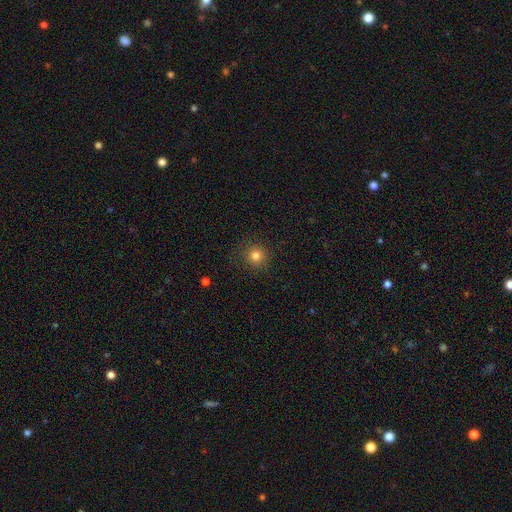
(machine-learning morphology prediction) Smooth or featured? Predicted: smooth (p=0.81). How rounded? Predicted: round (p=0.93). Merging? Predicted: none (p=0.86).